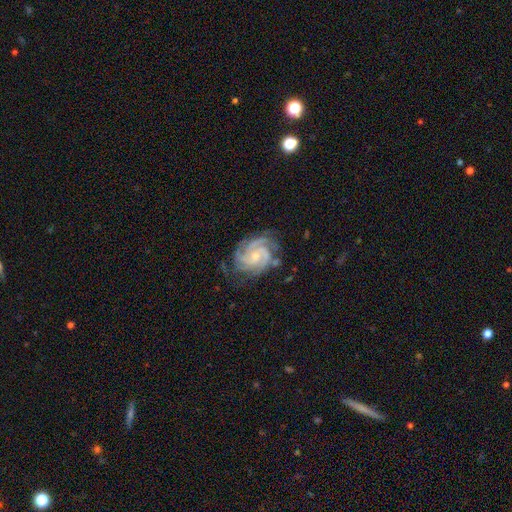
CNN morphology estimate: Smooth or featured: featured or disk — 90% (star or artifact — 5%)
Edge-on disk: no — 98% (yes — 2%)
Bar: no — 63% (weak — 29%)
Spiral arms: yes — 98% (no — 2%)
Spiral winding: tight — 69% (medium — 28%)
Spiral arm count: 3 — 41% (4 — 22%)
Bulge size: small — 64% (moderate — 31%)
Merging: none — 75% (minor disturbance — 17%)